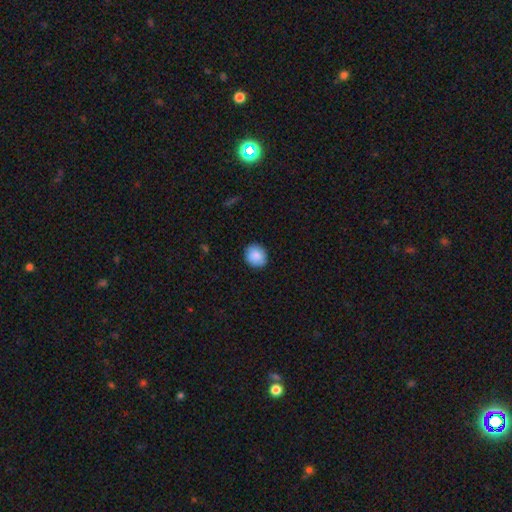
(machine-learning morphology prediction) Smooth or featured: smooth — 87% (star or artifact — 7%)
How rounded: round — 76% (in between — 23%)
Merging: none — 87% (minor disturbance — 10%)